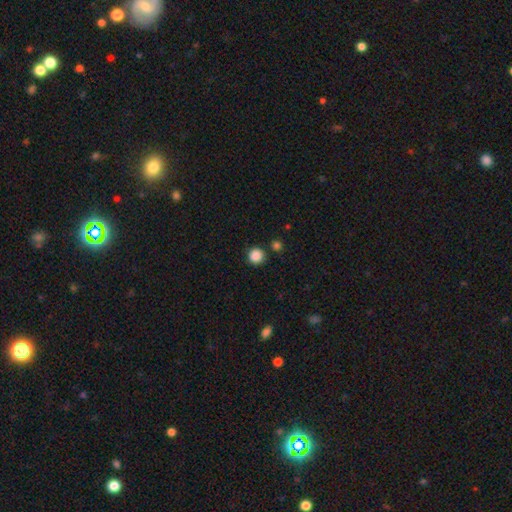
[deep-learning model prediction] The model was most divided on "smooth or featured": smooth: 87%, star or artifact: 10%, featured or disk: 3%. More confident: how rounded — round (94%); merging — none (86%).